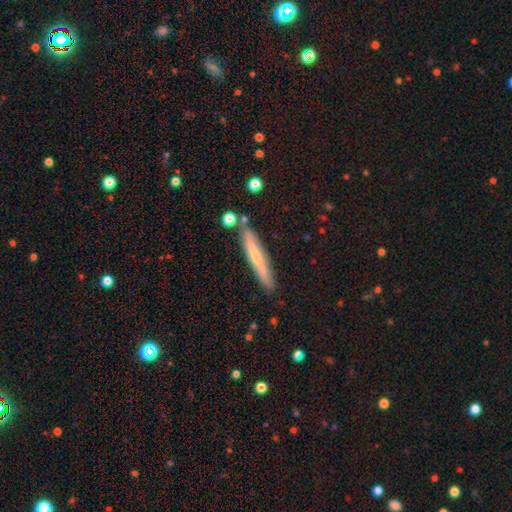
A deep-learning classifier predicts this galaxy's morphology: Smooth or featured? Predicted: featured or disk (p=0.50). Edge-on disk? Predicted: yes (p=0.90). Merging? Predicted: none (p=0.83).